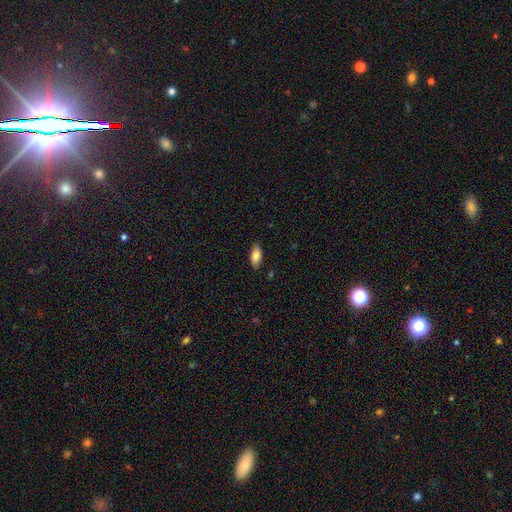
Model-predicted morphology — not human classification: Q: Smooth or featured?
A: smooth (83%); runner-up: featured or disk (11%)
Q: How rounded?
A: in between (87%); runner-up: cigar-shaped (10%)
Q: Merging?
A: none (86%); runner-up: minor disturbance (10%)